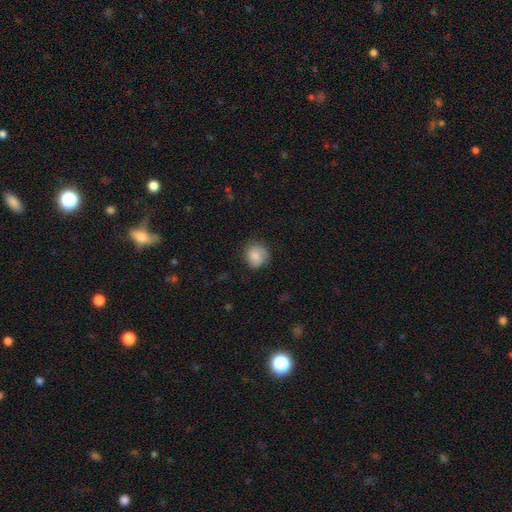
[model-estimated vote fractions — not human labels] This appears to be a smooth galaxy with no disk features (75%) that is round (82%). Merging: none (72%).